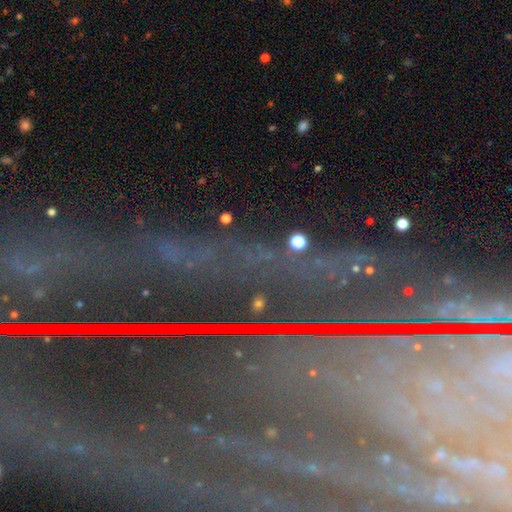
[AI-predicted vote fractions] Smooth or featured?
  - star or artifact: 82% *
  - featured or disk: 10%
  - smooth: 8%